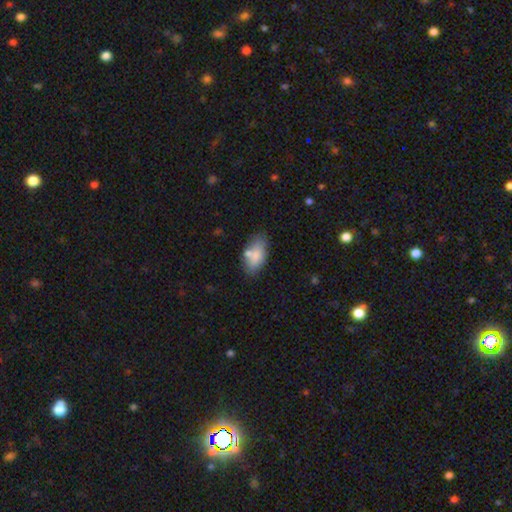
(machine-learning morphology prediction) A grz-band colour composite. It shows a smooth galaxy with no disk features (78%) that is in between round and cigar-shaped (91%). Merging: none (61%).